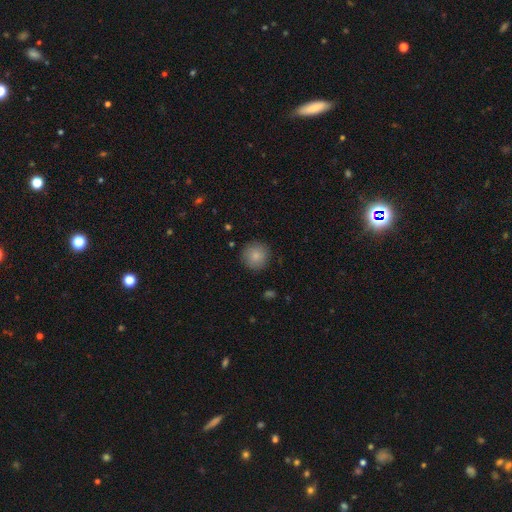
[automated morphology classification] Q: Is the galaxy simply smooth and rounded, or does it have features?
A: smooth — 86%.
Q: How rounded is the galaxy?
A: round — 95%.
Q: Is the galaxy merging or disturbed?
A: none — 89%.